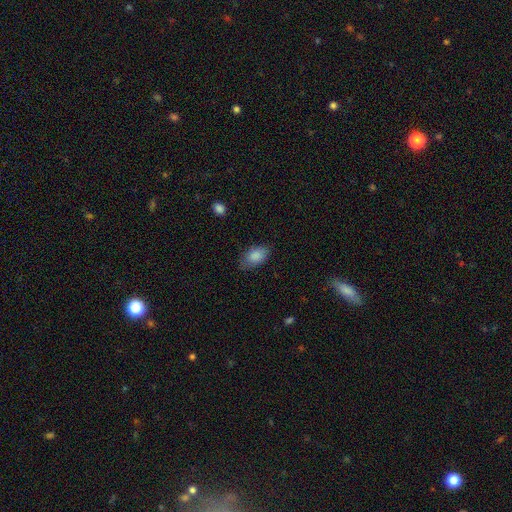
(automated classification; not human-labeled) Smooth or featured? smooth (86%)
How rounded? in between (91%)
Merging? none (74%)